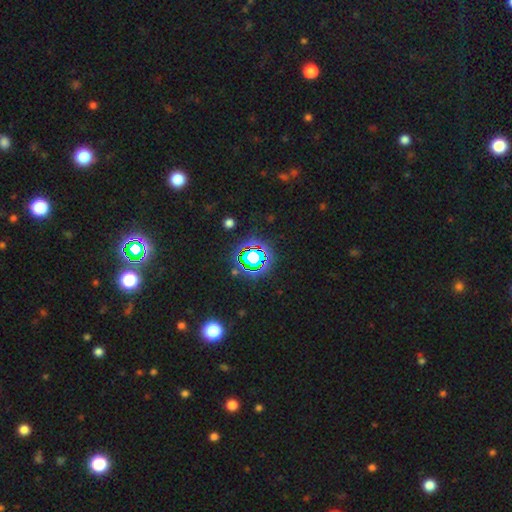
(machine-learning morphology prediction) This is likely a star or artifact rather than a galaxy (80%).